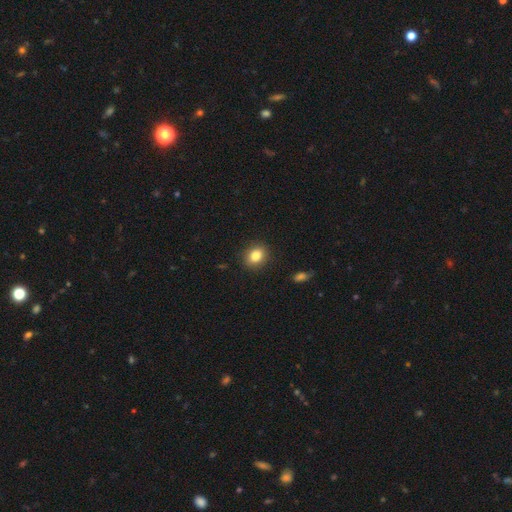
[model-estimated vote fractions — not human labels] Smooth or featured? Predicted: smooth (p=0.83). How rounded? Predicted: round (p=0.57). Merging? Predicted: none (p=0.89).